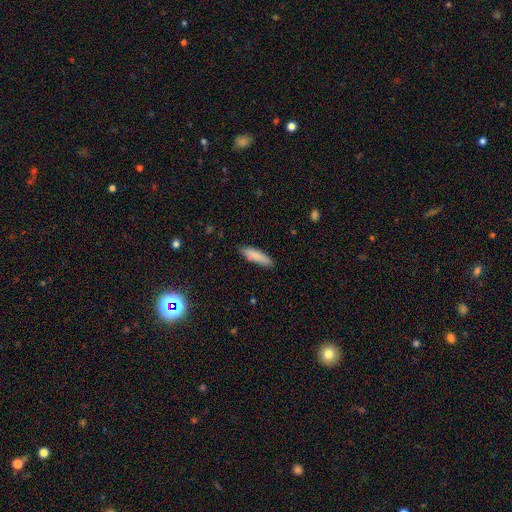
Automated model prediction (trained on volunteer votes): A smooth galaxy with no disk features (85%) that is cigar-shaped (69%). Merging: none (85%).